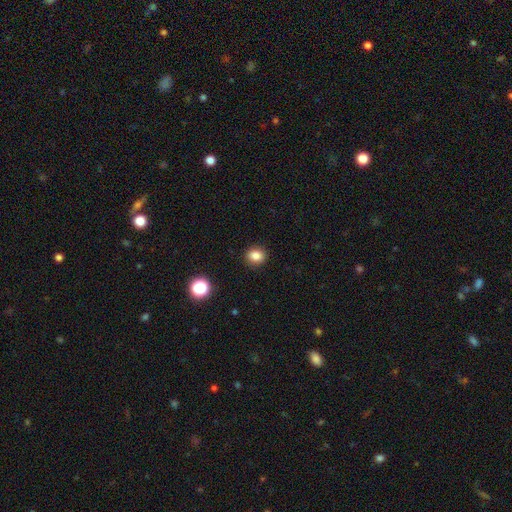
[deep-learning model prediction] Smooth or featured? smooth (83%)
How rounded? round (67%)
Merging? none (90%)